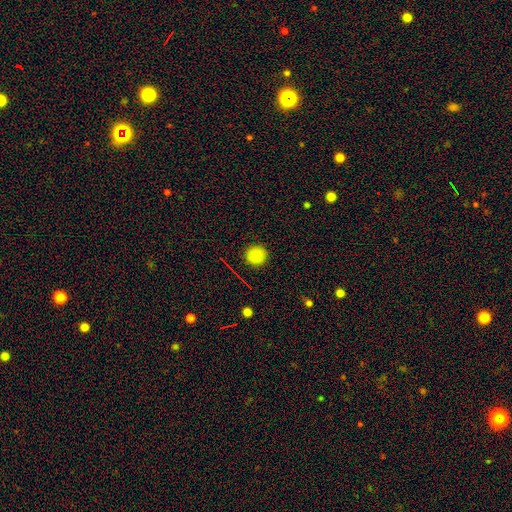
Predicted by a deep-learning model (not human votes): smooth-or-featured: smooth: 83% | star or artifact: 12% | featured or disk: 4%
  how-rounded: round: 93% | in between: 6% | cigar-shaped: 1%
  merging: none: 90% | minor disturbance: 6% | major disturbance: 2% | merger: 1%